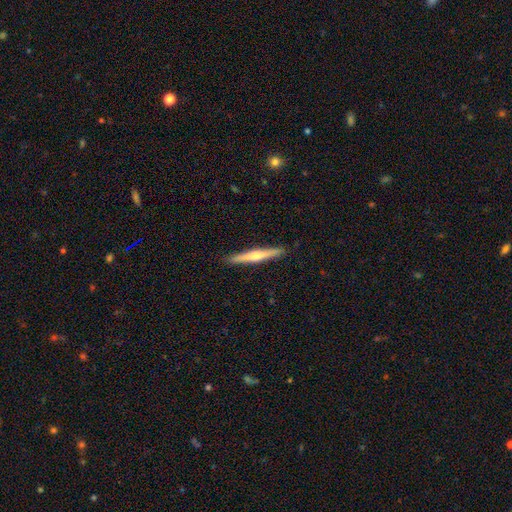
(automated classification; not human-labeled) This appears to be a featured or disk galaxy (53%) viewed edge-on (97%) with a rounded central bulge (77%). Merging: none (91%).